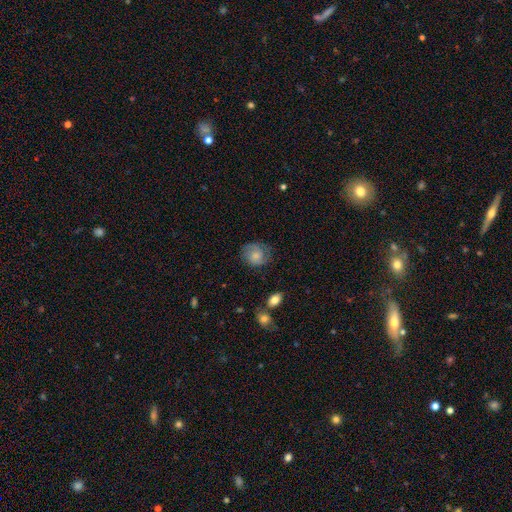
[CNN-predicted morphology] smooth 58%, featured or disk 34%, star or artifact 8%. Down the decision tree: how rounded — round (73%); merging — none (71%).